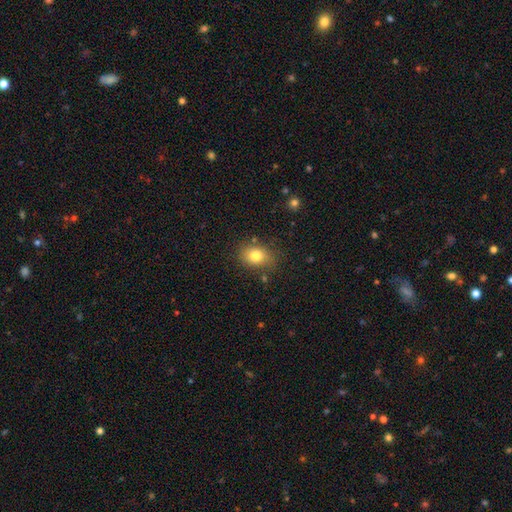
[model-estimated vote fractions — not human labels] Q: Smooth or featured?
A: smooth (80%); runner-up: star or artifact (11%)
Q: How rounded?
A: in between (63%); runner-up: round (36%)
Q: Merging?
A: none (78%); runner-up: minor disturbance (15%)